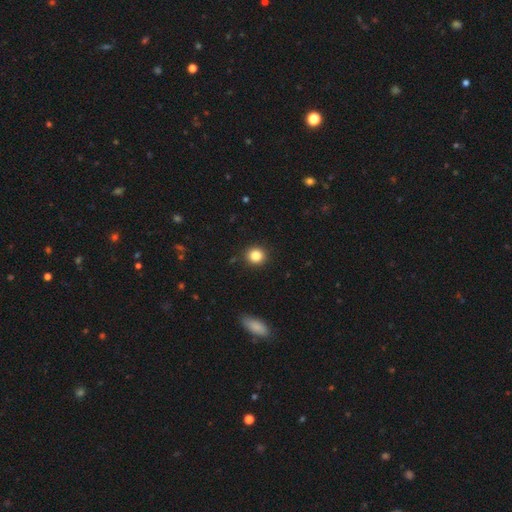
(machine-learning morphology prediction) The model was most divided on "smooth or featured": smooth: 85%, star or artifact: 11%, featured or disk: 4%. More confident: merging — none (91%); how rounded — round (90%).